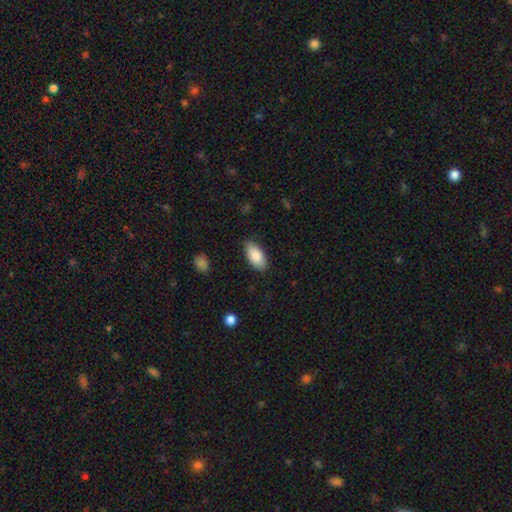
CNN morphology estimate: Smooth or featured?
  - smooth: 87% *
  - featured or disk: 7%
  - star or artifact: 6%
How rounded?
  - in between: 94% *
  - cigar-shaped: 4%
  - round: 2%
Merging?
  - none: 83% *
  - minor disturbance: 13%
  - major disturbance: 3%
  - merger: 1%